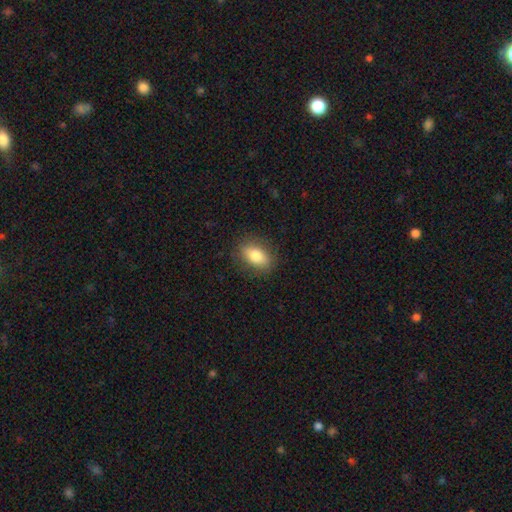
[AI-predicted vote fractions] Overall: smooth (80%). How rounded: in between (85%). Merging: none (85%).